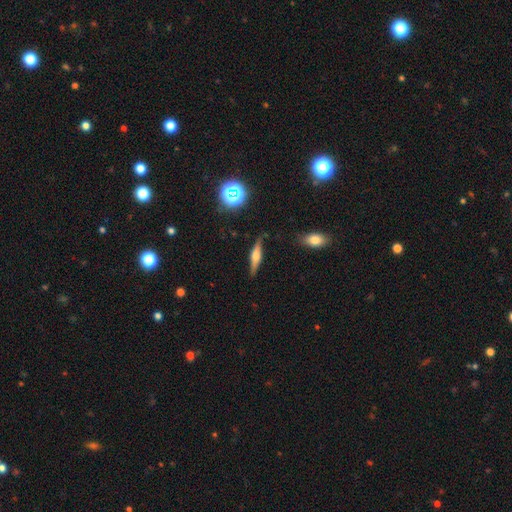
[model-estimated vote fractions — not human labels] Overall: featured or disk (62%; smooth 29%). Edge-on disk: yes (95%). Edge-on bulge: rounded (84%). Merging: none (83%).